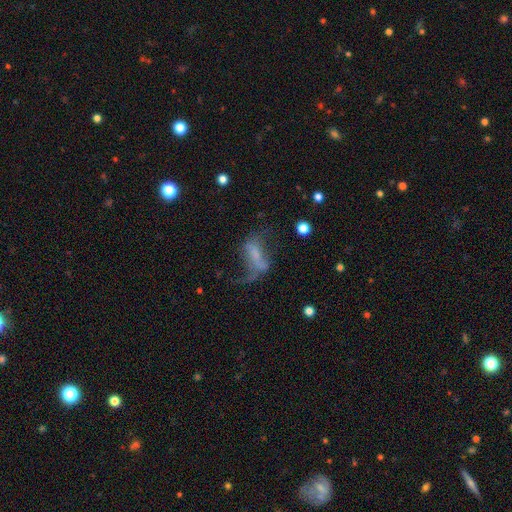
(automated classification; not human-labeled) Q: Smooth or featured?
A: featured or disk (52%); runner-up: smooth (32%)
Q: Edge-on disk?
A: no (91%); runner-up: yes (9%)
Q: Merging?
A: major disturbance (45%); runner-up: none (28%)